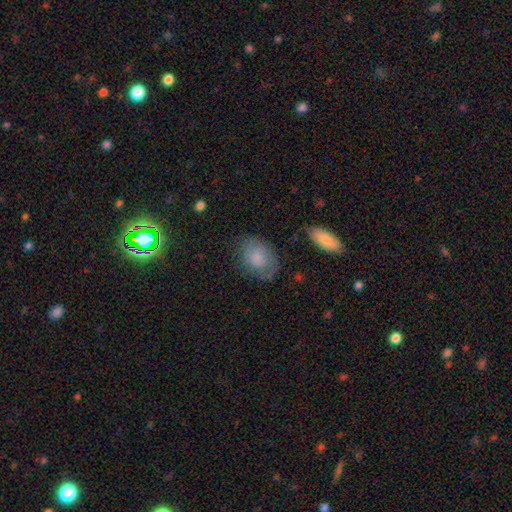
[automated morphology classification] Smooth or featured?
  - smooth: 58% *
  - featured or disk: 27%
  - star or artifact: 15%
How rounded?
  - in between: 71% *
  - round: 27%
  - cigar-shaped: 1%
Merging?
  - none: 65% *
  - minor disturbance: 23%
  - major disturbance: 10%
  - merger: 2%